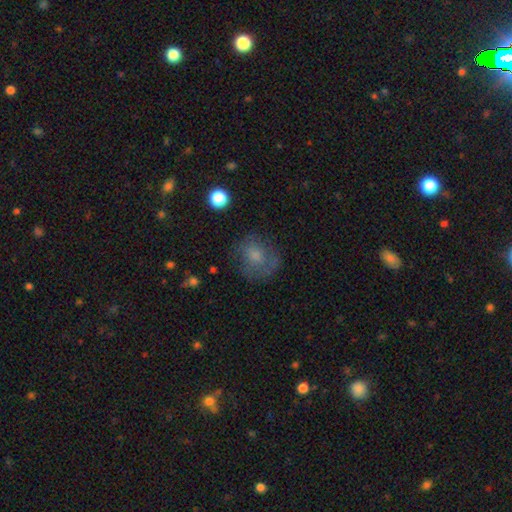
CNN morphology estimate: Q: Smooth or featured?
A: smooth (65%); runner-up: featured or disk (22%)
Q: How rounded?
A: round (71%); runner-up: in between (28%)
Q: Merging?
A: none (60%); runner-up: minor disturbance (22%)